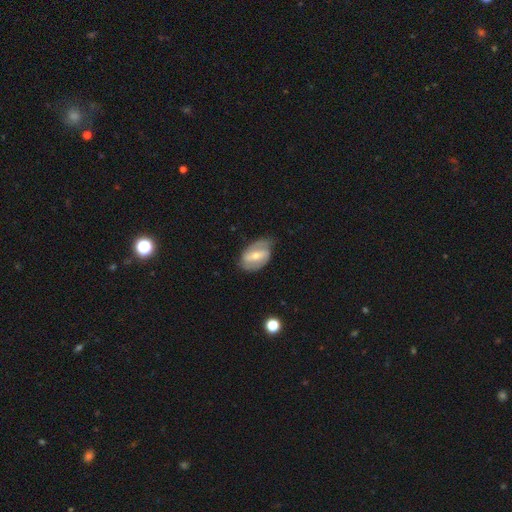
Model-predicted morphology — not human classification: type=featured or disk (70%); edge-on=no (95%); bar=strong (52%); spiral arms=yes (76%); winding=medium (42%); arm count=2 (79%); bulge=moderate (52%); merging=none (67%).